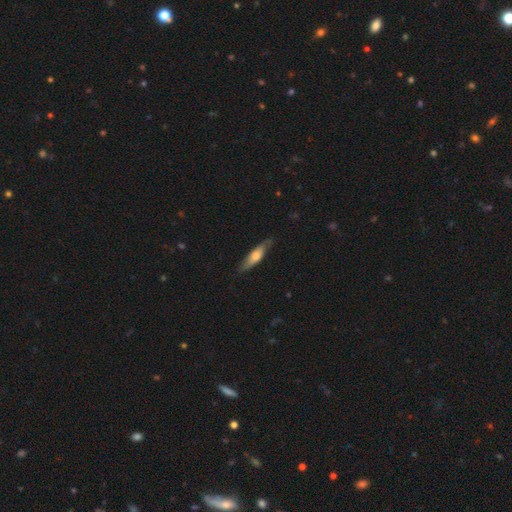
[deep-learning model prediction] smooth-or-featured: smooth: 51% | featured or disk: 43% | star or artifact: 5%
  how-rounded: cigar-shaped: 67% | in between: 31% | round: 2%
  merging: none: 77% | minor disturbance: 18% | major disturbance: 3% | merger: 1%